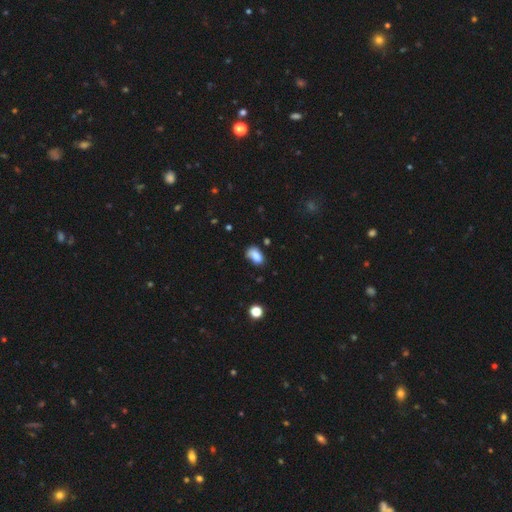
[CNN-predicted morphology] This appears to be a smooth galaxy with no disk features (83%) that is in between round and cigar-shaped (89%). Merging: none (60%).